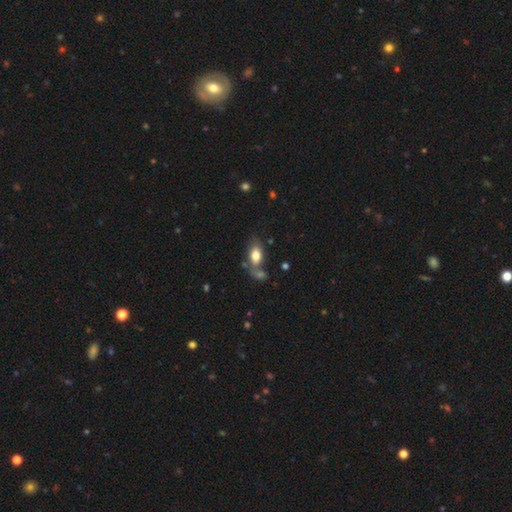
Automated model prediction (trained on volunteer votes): A smooth galaxy with no disk features (78%) that is in between round and cigar-shaped (87%).

Vote fractions:
- Smooth or featured? smooth: 78% / featured or disk: 15% / star or artifact: 8%
- How rounded? in between: 87% / round: 8% / cigar-shaped: 5%
- Merging? none: 53% / merger: 22% / minor disturbance: 17% / major disturbance: 8%